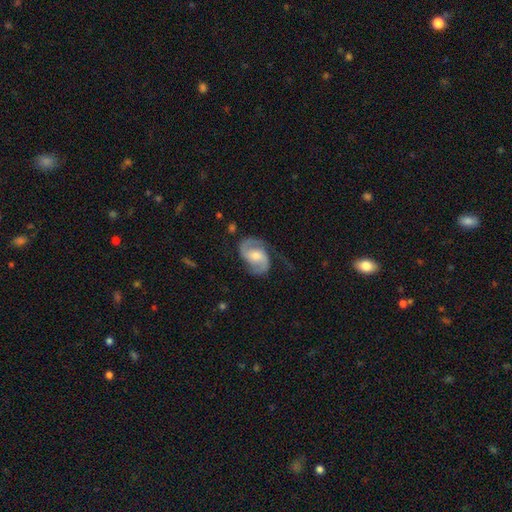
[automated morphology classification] Smooth or featured?
  - featured or disk: 84% *
  - smooth: 11%
  - star or artifact: 5%
Edge-on disk?
  - no: 98% *
  - yes: 2%
Bar?
  - no: 45% *
  - weak: 42%
  - strong: 13%
Spiral arms?
  - yes: 96% *
  - no: 4%
Spiral winding?
  - medium: 52% *
  - loose: 29%
  - tight: 19%
Spiral arm count?
  - 2: 90% *
  - can't tell: 3%
  - 1: 3%
  - 3: 1%
  - 4: 1%
  - more than 4: 1%
Bulge size?
  - moderate: 56% *
  - small: 33%
  - large: 6%
  - none: 3%
  - dominant: 1%
Merging?
  - none: 67% *
  - minor disturbance: 19%
  - major disturbance: 12%
  - merger: 2%